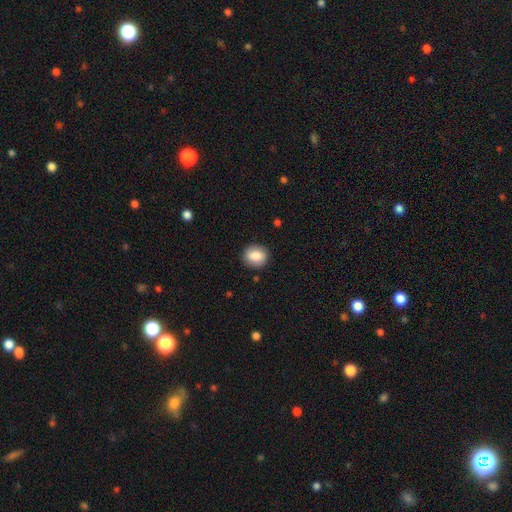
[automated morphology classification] smooth_or_featured: smooth (p=0.85) [alt: star or artifact p=0.08]
how_rounded: round (p=0.78) [alt: in between p=0.21]
merging: none (p=0.89) [alt: minor disturbance p=0.07]